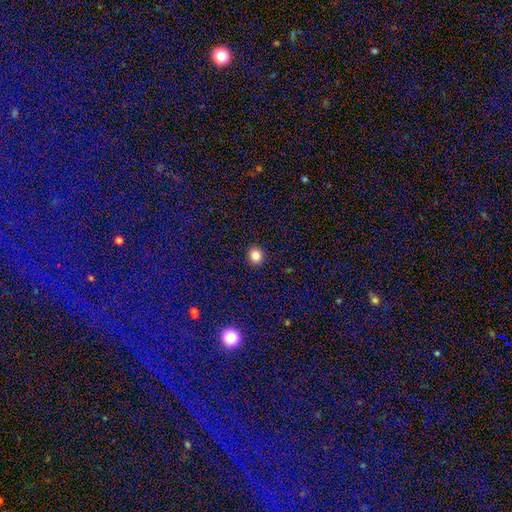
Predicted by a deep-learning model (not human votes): smooth-or-featured: smooth: 83% | star or artifact: 12% | featured or disk: 5%
  how-rounded: round: 75% | in between: 24% | cigar-shaped: 1%
  merging: none: 92% | minor disturbance: 6% | major disturbance: 2% | merger: 1%